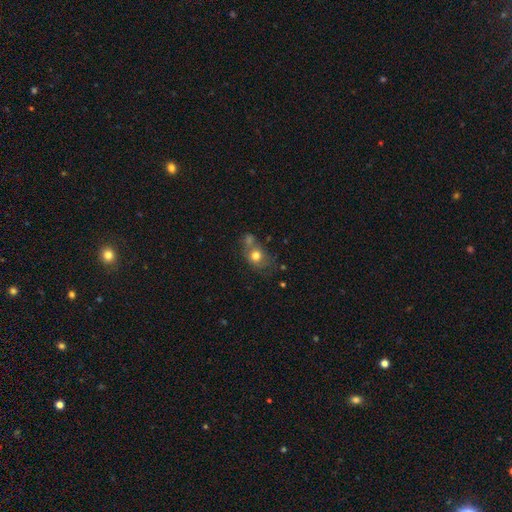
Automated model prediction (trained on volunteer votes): This appears to be a smooth galaxy with no disk features (72%) that is round (60%). Merging: none (38%).